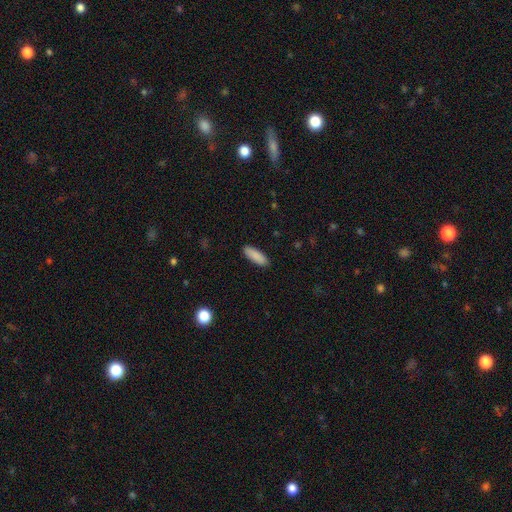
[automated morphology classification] Smooth or featured? Predicted: smooth (p=0.89). How rounded? Predicted: in between (p=0.59). Merging? Predicted: none (p=0.90).